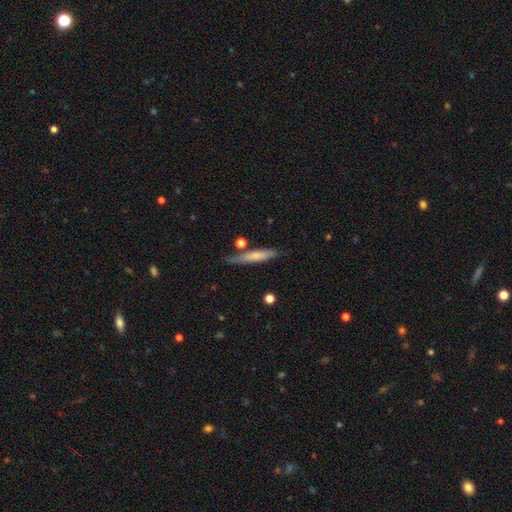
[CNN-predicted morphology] smooth-or-featured: smooth: 64% | featured or disk: 30% | star or artifact: 6%
  how-rounded: cigar-shaped: 89% | in between: 9% | round: 2%
  merging: none: 72% | minor disturbance: 18% | merger: 6% | major disturbance: 4%